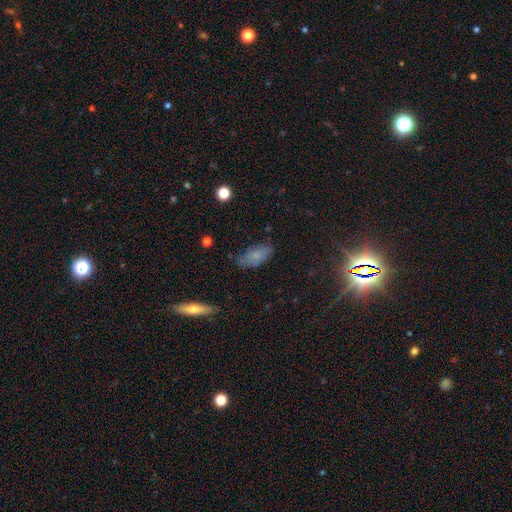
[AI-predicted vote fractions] smooth-or-featured: smooth: 71% | featured or disk: 18% | star or artifact: 11%
  how-rounded: in between: 87% | cigar-shaped: 10% | round: 3%
  merging: none: 64% | minor disturbance: 26% | major disturbance: 8% | merger: 2%